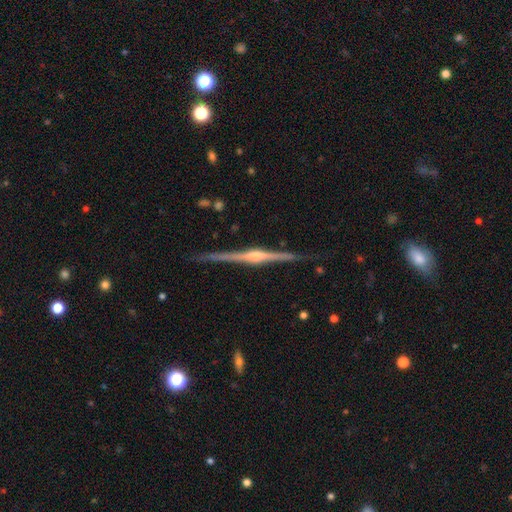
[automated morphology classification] A featured or disk galaxy (89%) viewed edge-on (99%) with a rounded central bulge (85%).

Vote fractions:
- Smooth or featured? featured or disk: 89% / smooth: 6% / star or artifact: 5%
- Edge-on disk? yes: 99% / no: 1%
- Edge-on bulge? rounded: 85% / boxy: 9% / none: 6%
- Merging? none: 91% / minor disturbance: 6% / major disturbance: 1% / merger: 1%